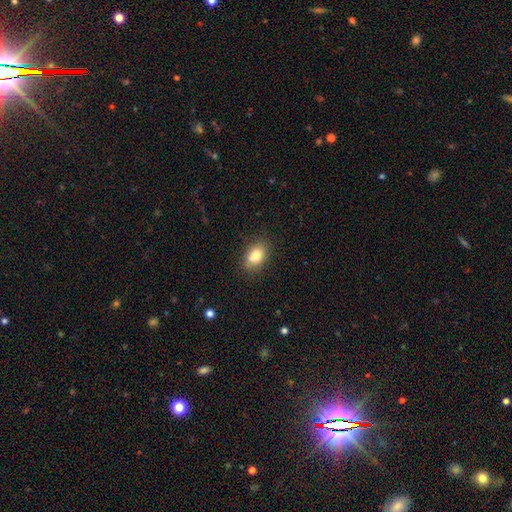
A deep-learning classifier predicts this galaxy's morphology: A smooth galaxy with no disk features (79%) that is in between round and cigar-shaped (74%).

Vote fractions:
- Smooth or featured? smooth: 79% / featured or disk: 11% / star or artifact: 10%
- How rounded? in between: 74% / round: 25% / cigar-shaped: 1%
- Merging? none: 77% / minor disturbance: 16% / merger: 4% / major disturbance: 3%